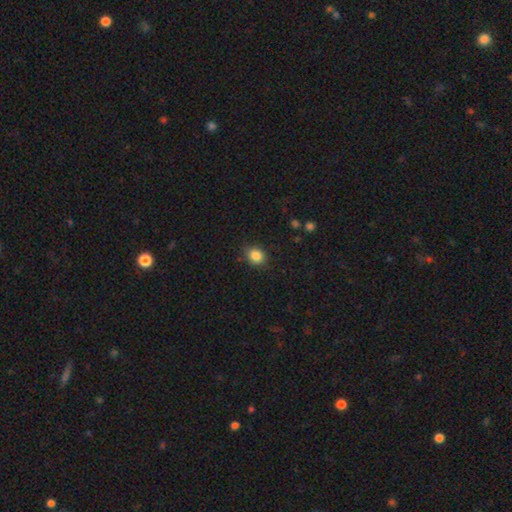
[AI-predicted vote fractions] smooth_or_featured: smooth (p=0.84) [alt: star or artifact p=0.10]
how_rounded: round (p=0.64) [alt: in between p=0.35]
merging: none (p=0.84) [alt: minor disturbance p=0.13]